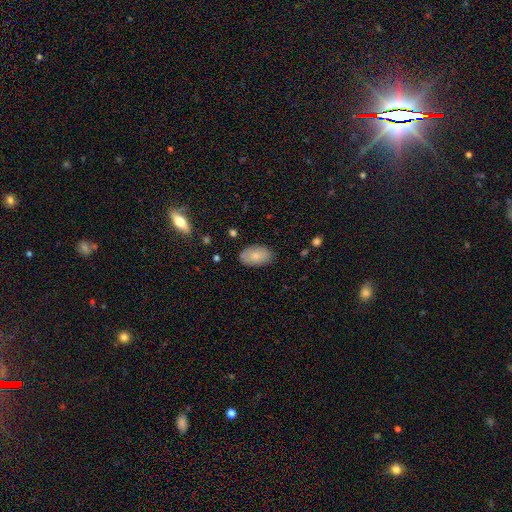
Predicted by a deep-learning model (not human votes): This appears to be a smooth galaxy with no disk features (78%) that is in between round and cigar-shaped (92%). Merging: none (83%).